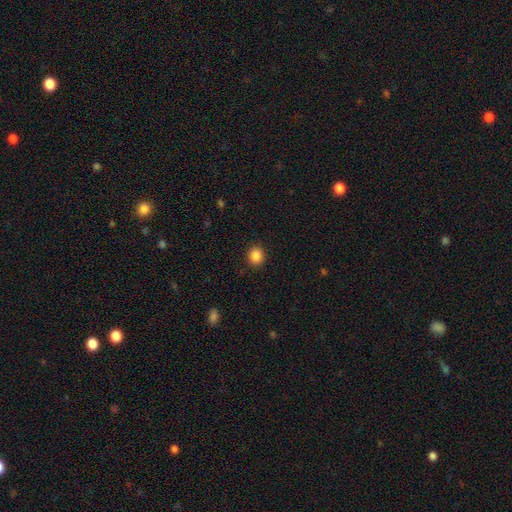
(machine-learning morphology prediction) Smooth or featured? smooth (86%)
How rounded? round (82%)
Merging? none (91%)